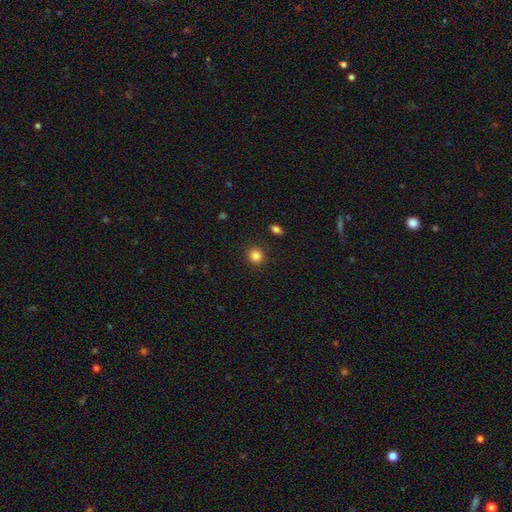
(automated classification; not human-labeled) smooth_or_featured: smooth (p=0.84) [alt: star or artifact p=0.12]
how_rounded: round (p=0.90) [alt: in between p=0.09]
merging: none (p=0.91) [alt: minor disturbance p=0.06]